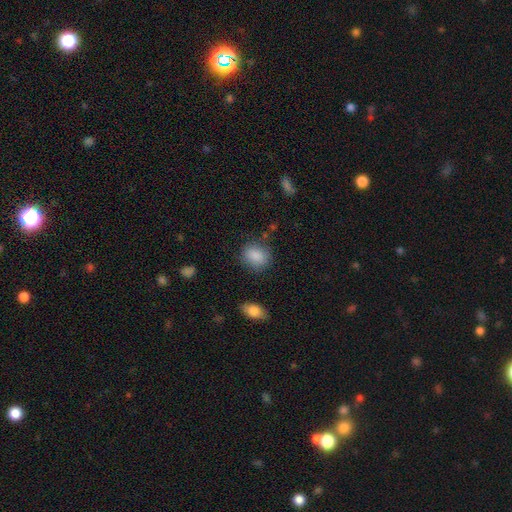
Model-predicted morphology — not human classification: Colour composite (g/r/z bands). It shows a smooth galaxy with no disk features (88%) that is in between round and cigar-shaped (49%, tied with round). Merging: none (79%).